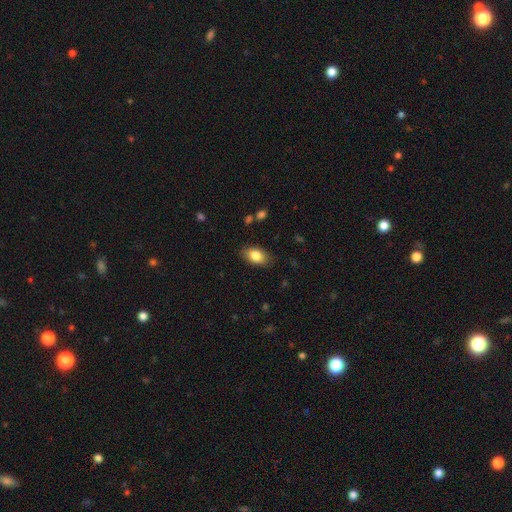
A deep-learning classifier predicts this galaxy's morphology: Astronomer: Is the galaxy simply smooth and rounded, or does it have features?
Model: smooth — 82%.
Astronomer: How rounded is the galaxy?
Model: in between — 89%.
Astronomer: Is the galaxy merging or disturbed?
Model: none — 84%.